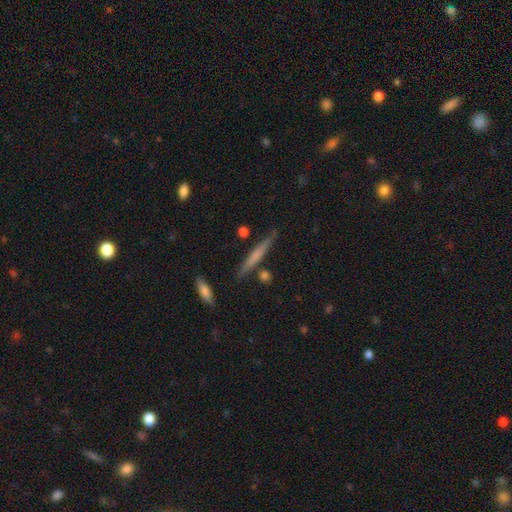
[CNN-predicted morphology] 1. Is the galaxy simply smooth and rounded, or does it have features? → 50% smooth, 44% featured or disk, 6% star or artifact.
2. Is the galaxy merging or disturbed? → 85% none, 10% minor disturbance, 3% merger, 2% major disturbance.